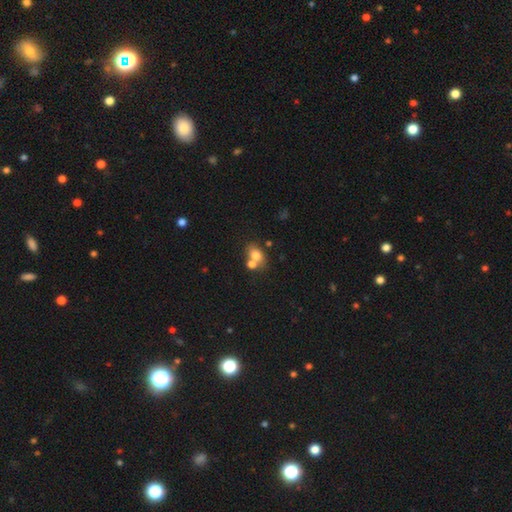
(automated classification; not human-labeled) Morphology: type=smooth (75%); roundness=in between (71%); merging=none (44%).